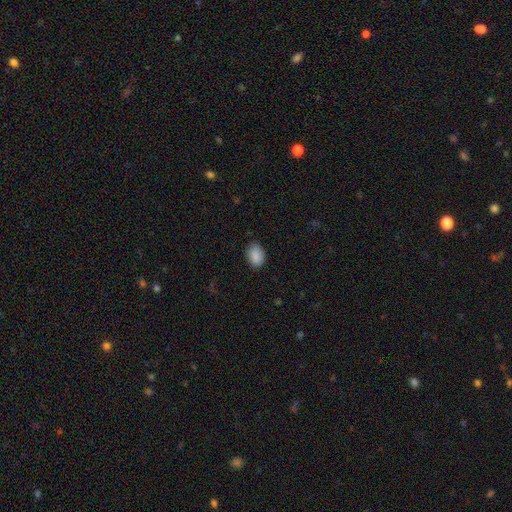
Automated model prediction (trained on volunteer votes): Overall: smooth (89%). How rounded: in between (82%). Merging: none (83%).